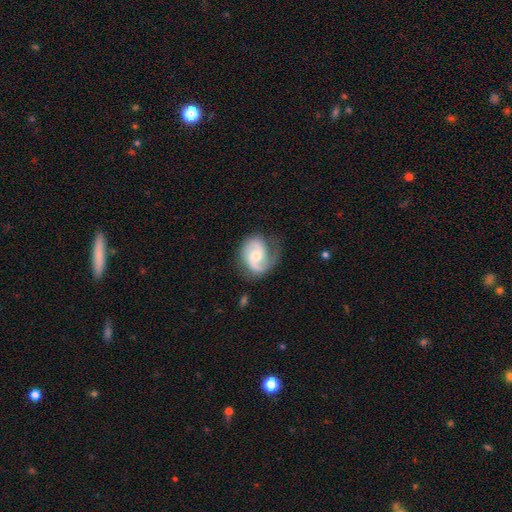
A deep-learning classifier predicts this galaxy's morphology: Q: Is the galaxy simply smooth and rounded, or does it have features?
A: featured or disk — 80%.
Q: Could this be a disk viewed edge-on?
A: no — 98%.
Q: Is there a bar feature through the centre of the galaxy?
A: no — 57%.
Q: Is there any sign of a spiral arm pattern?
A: yes — 96%.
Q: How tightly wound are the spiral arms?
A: medium — 48%.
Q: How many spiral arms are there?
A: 2 — 80%.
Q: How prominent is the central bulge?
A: moderate — 57%.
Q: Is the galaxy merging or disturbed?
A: none — 64%.